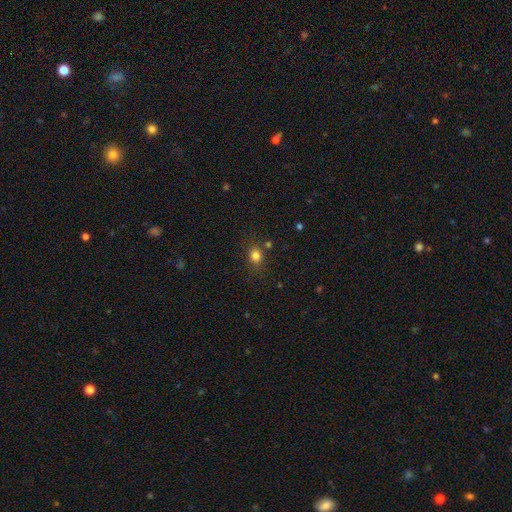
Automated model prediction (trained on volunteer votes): smooth_or_featured: smooth (p=0.80) [alt: star or artifact p=0.13]
how_rounded: round (p=0.57) [alt: in between p=0.42]
merging: none (p=0.77) [alt: minor disturbance p=0.13]